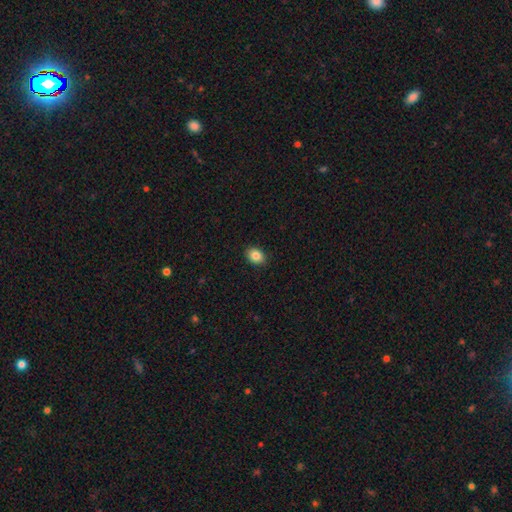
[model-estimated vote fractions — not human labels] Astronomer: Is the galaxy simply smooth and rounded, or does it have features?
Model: smooth — 85%.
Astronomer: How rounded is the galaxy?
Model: in between — 69%.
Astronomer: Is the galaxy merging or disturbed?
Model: none — 90%.